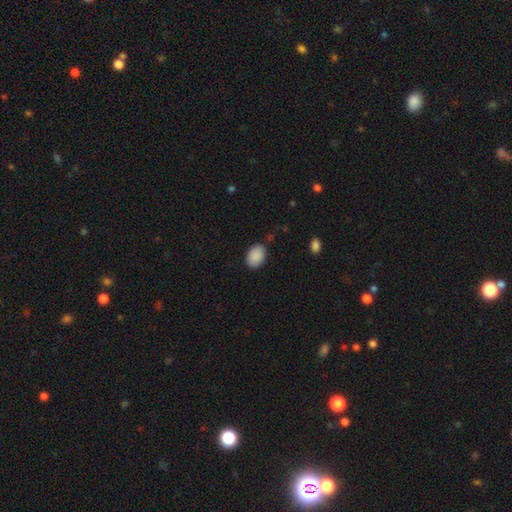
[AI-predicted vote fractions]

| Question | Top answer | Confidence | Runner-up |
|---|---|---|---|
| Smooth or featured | smooth | 90% | star or artifact (7%) |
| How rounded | in between | 79% | round (20%) |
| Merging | none | 83% | minor disturbance (12%) |